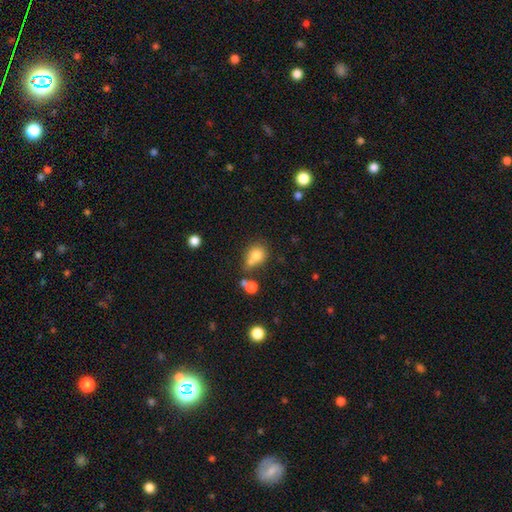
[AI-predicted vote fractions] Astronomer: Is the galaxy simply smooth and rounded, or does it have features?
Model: smooth — 76%.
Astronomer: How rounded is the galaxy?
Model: round — 66%.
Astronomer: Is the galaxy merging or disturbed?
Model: none — 41% (runner-up: merger, 37%).